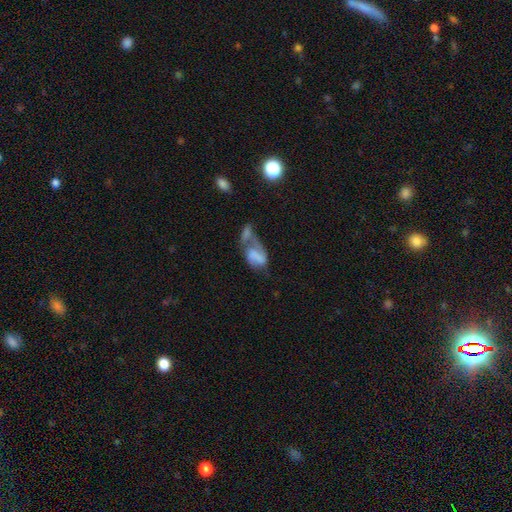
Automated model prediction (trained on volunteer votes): Q: Smooth or featured?
A: smooth (46%); runner-up: featured or disk (44%)
Q: Merging?
A: merger (47%); runner-up: major disturbance (27%)